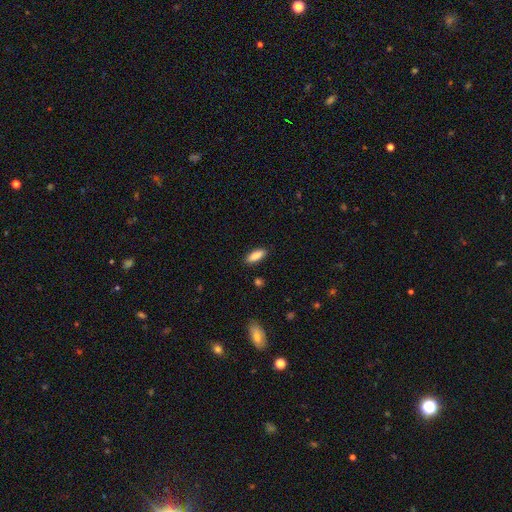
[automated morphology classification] type=smooth (86%); roundness=in between (69%); merging=none (88%).